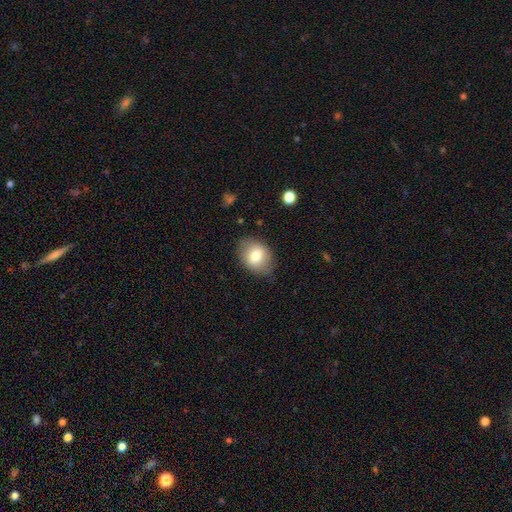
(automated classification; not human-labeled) Smooth or featured? Predicted: smooth (p=0.76). How rounded? Predicted: in between (p=0.69). Merging? Predicted: none (p=0.80).